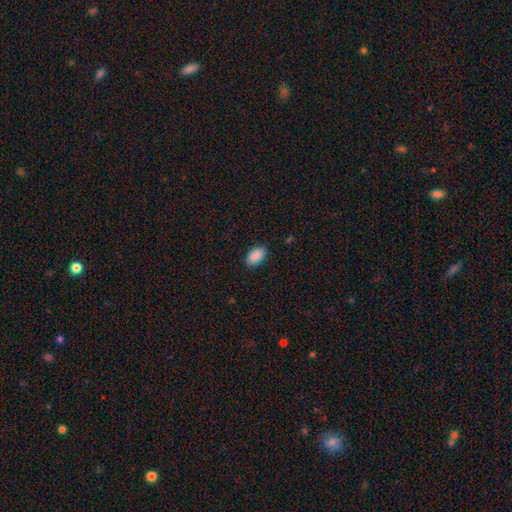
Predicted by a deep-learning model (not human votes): Q: Smooth or featured?
A: smooth (90%); runner-up: star or artifact (7%)
Q: How rounded?
A: in between (93%); runner-up: round (6%)
Q: Merging?
A: none (86%); runner-up: minor disturbance (11%)